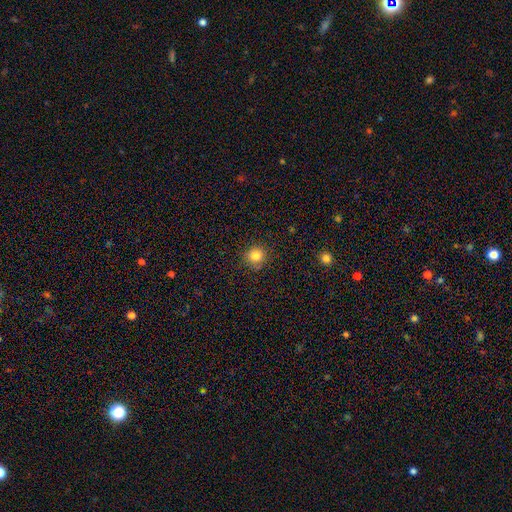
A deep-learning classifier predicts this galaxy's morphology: Smooth or featured? Predicted: smooth (p=0.83). How rounded? Predicted: round (p=0.90). Merging? Predicted: none (p=0.87).